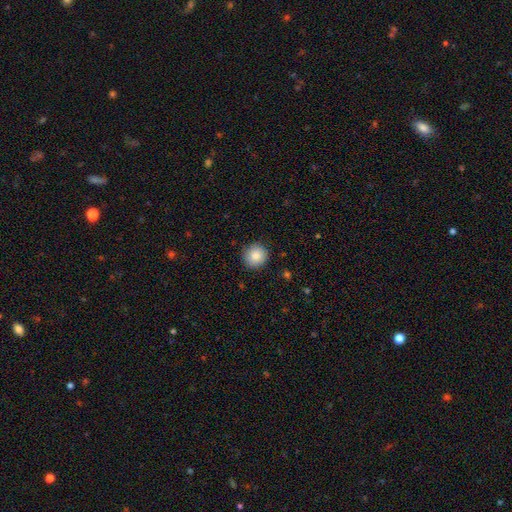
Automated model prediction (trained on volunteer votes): Morphology: type=smooth (86%); roundness=round (92%); merging=none (90%).